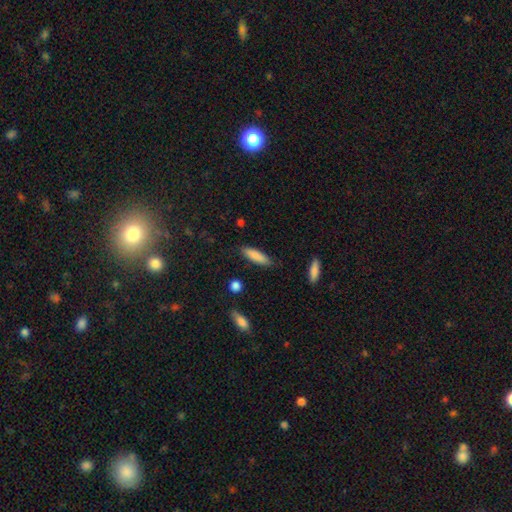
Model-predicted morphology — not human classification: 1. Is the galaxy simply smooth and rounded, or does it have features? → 85% smooth, 9% featured or disk, 7% star or artifact.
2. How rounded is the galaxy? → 62% cigar-shaped, 37% in between, 2% round.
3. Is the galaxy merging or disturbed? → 84% none, 12% minor disturbance, 2% major disturbance, 2% merger.